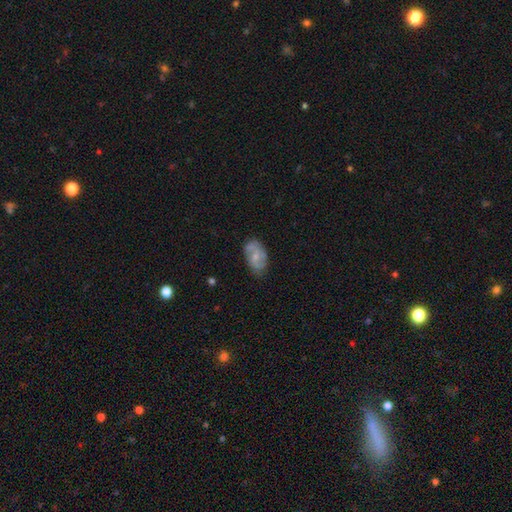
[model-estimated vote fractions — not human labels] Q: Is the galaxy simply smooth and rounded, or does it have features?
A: featured or disk — 61%.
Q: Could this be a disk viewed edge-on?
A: no — 96%.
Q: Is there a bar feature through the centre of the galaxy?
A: weak — 48%.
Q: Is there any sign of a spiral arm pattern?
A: yes — 84%.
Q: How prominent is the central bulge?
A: small — 51%.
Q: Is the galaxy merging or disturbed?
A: none — 72%.